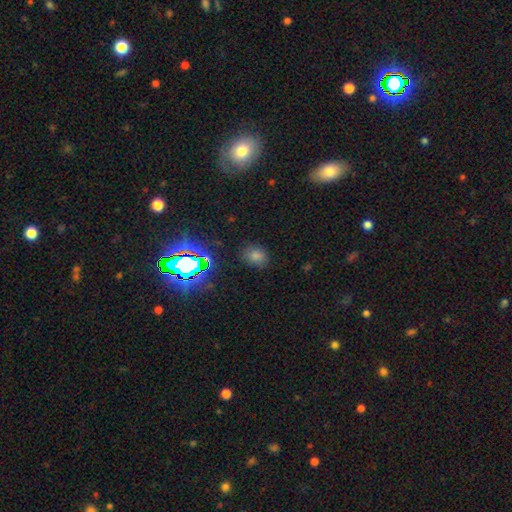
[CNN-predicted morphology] smooth 55%, star or artifact 36%, featured or disk 9%. Down the decision tree: how rounded — round (51%); merging — none (84%).